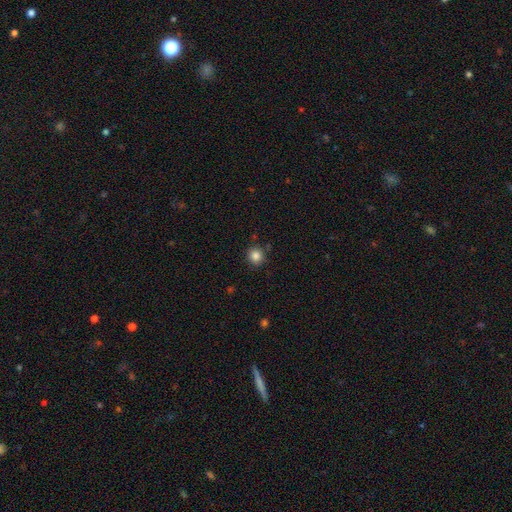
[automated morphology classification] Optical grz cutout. It shows a smooth galaxy with no disk features (85%) that is round (92%). Merging: none (87%).